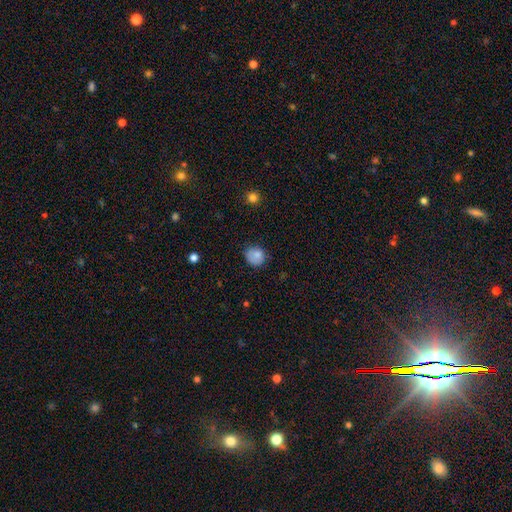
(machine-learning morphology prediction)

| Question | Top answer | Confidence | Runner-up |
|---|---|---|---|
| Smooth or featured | smooth | 79% | featured or disk (11%) |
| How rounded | round | 76% | in between (24%) |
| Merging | none | 63% | minor disturbance (27%) |